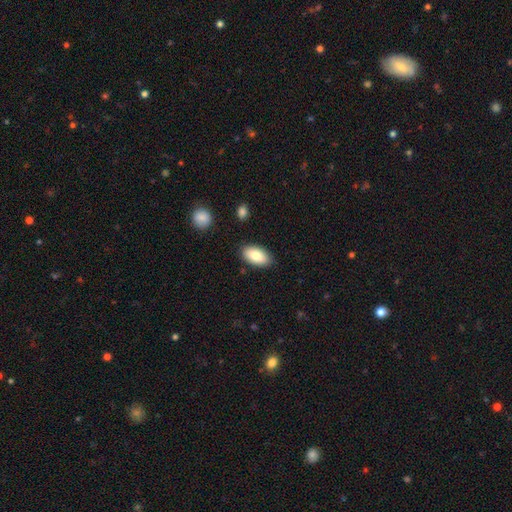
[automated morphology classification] Smooth or featured? smooth (82%)
How rounded? in between (94%)
Merging? none (86%)